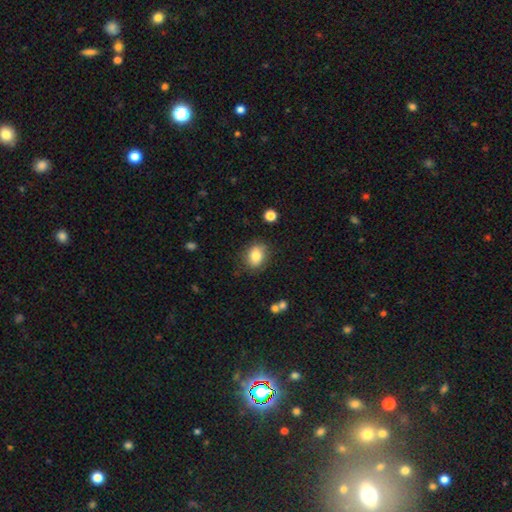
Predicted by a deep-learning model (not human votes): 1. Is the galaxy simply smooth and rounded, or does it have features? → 83% smooth, 9% star or artifact, 8% featured or disk.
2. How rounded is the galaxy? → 57% in between, 42% round, 1% cigar-shaped.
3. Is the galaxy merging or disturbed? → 80% none, 14% minor disturbance, 4% major disturbance, 2% merger.